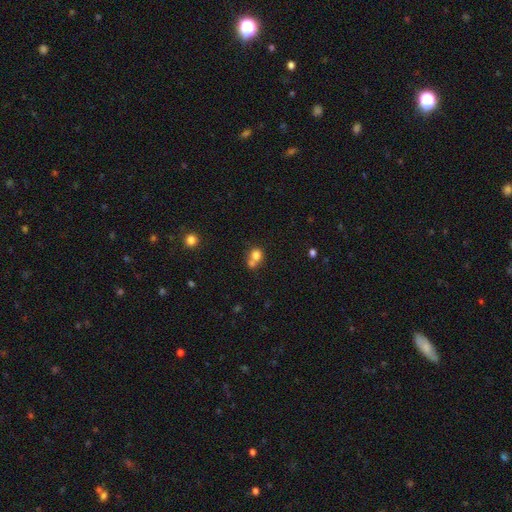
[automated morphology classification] This is likely a smooth galaxy (76%). How rounded: likely round (73%). Merging: possibly merger (53%).